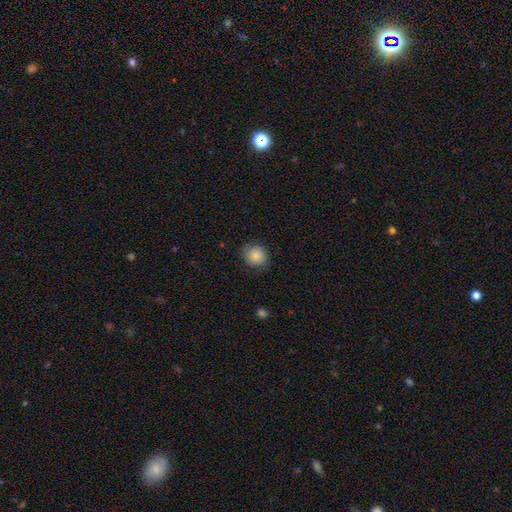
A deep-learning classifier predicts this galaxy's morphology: A smooth galaxy with no disk features (85%) that is round (82%). Merging: none (79%).